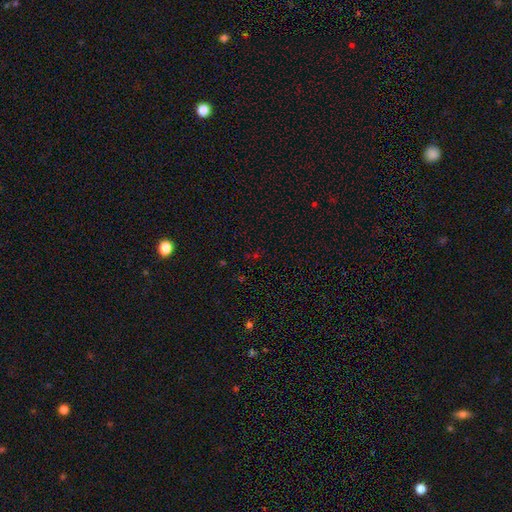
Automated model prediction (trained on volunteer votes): A star or artifact, not a galaxy (64%).

Vote fractions:
- Smooth or featured? star or artifact: 64% / smooth: 29% / featured or disk: 8%